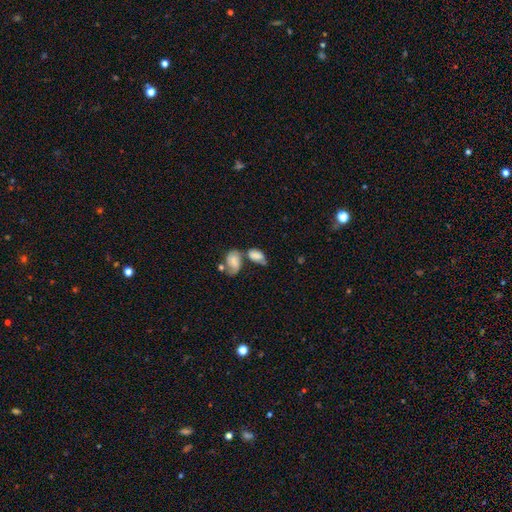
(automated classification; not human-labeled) This appears to be a smooth galaxy with no disk features (68%) that is in between round and cigar-shaped (88%). Merging: merger (49%).